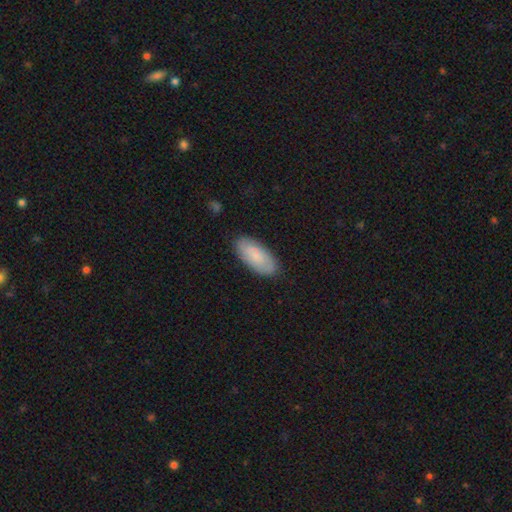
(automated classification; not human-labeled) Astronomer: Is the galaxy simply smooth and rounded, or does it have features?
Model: smooth — 74%.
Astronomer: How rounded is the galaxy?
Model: in between — 91%.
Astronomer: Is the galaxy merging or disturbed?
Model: none — 86%.